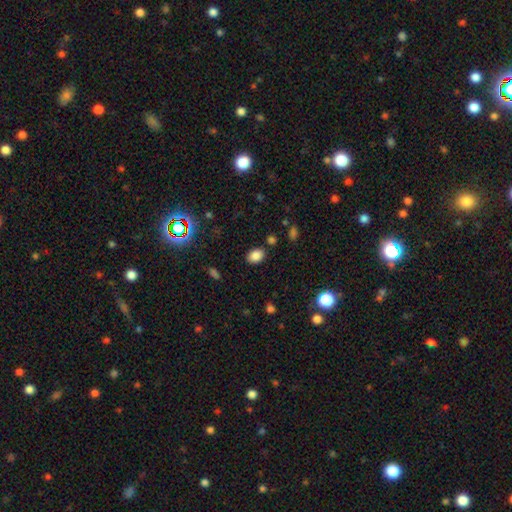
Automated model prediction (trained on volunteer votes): A smooth galaxy with no disk features (84%) that is in between round and cigar-shaped (74%). Merging: none (84%).